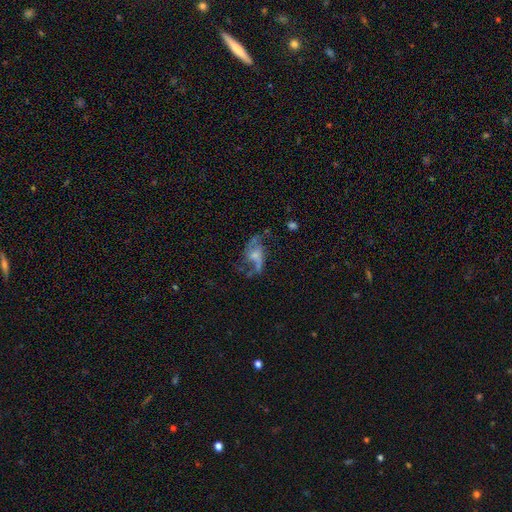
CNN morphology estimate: featured or disk 71%, smooth 19%, star or artifact 10%. Down the decision tree: edge-on disk — no (96%); bar — no (59%); spiral arms — yes (78%); spiral arm count — 2 (82%); spiral winding — loose (71%); bulge size — moderate (36%, tied with small); merging — none (43%).